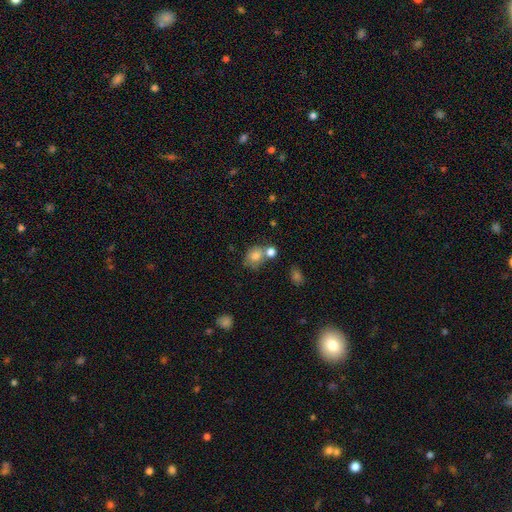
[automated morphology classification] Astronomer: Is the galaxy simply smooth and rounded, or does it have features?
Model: smooth — 78%.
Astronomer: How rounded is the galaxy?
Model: round — 59% (runner-up: in between, 40%).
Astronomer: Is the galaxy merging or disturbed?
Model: none — 47% (runner-up: merger, 31%).